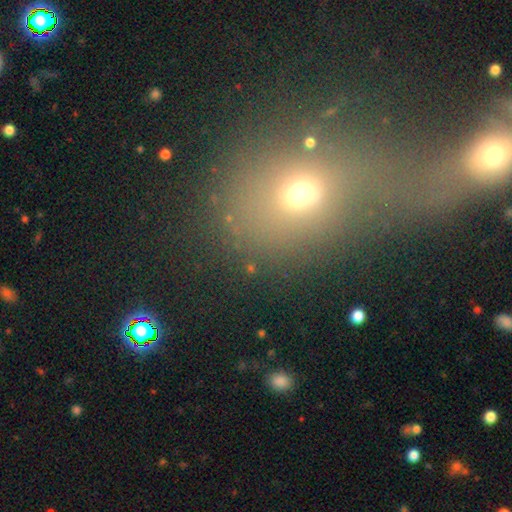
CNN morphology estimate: A smooth galaxy with no disk features (51%) that is round (62%).

Vote fractions:
- Smooth or featured? smooth: 51% / star or artifact: 33% / featured or disk: 16%
- How rounded? round: 62% / in between: 36% / cigar-shaped: 2%
- Merging? none: 50% / merger: 25% / major disturbance: 13% / minor disturbance: 12%